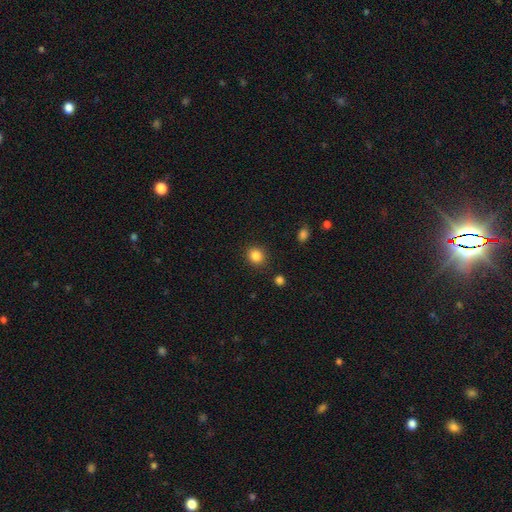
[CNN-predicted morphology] Smooth or featured: smooth — 85% (star or artifact — 11%)
How rounded: round — 81% (in between — 18%)
Merging: none — 89% (minor disturbance — 7%)